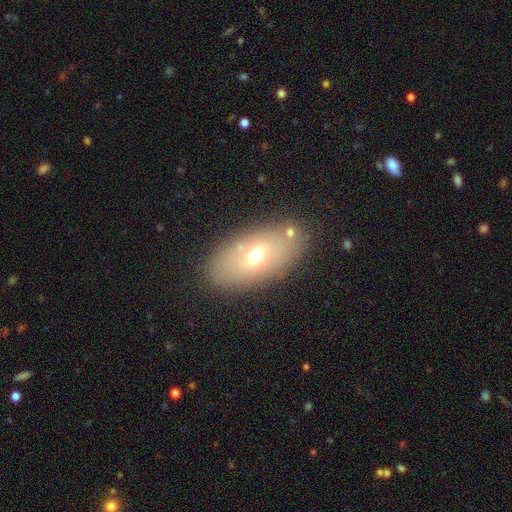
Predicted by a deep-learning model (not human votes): Q: Smooth or featured?
A: smooth (58%); runner-up: featured or disk (31%)
Q: How rounded?
A: in between (90%); runner-up: round (7%)
Q: Merging?
A: none (79%); runner-up: minor disturbance (11%)